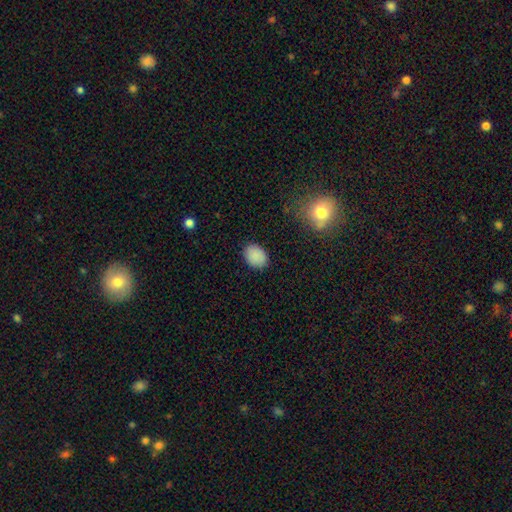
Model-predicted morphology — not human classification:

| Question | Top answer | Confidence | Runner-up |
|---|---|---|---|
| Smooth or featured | smooth | 88% | star or artifact (8%) |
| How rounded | in between | 71% | round (28%) |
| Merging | none | 86% | minor disturbance (10%) |